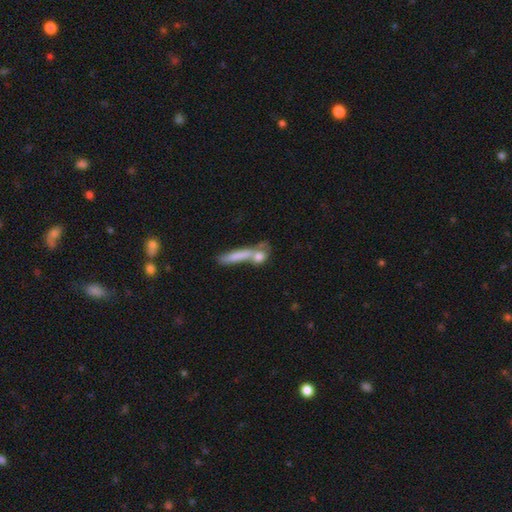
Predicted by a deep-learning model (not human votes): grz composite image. It shows a smooth galaxy with no disk features (70%) that is cigar-shaped (42%). Merging: merger (42%).